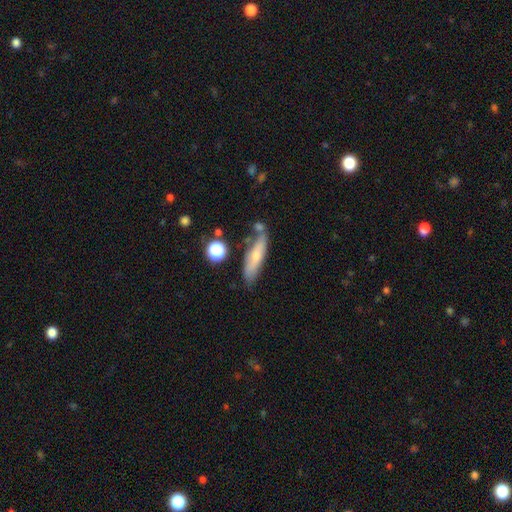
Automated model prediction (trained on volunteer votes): A smooth galaxy with no disk features (62%) that is cigar-shaped (69%). Merging: none (64%).